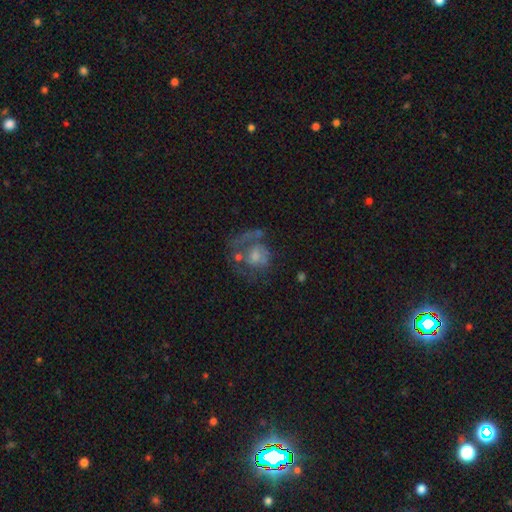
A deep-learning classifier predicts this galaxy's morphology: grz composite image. It shows a featured or disk galaxy (58%) with no bar (80%), spiral arms (51%) and a moderate central bulge (41%). Merging: major disturbance (37%).